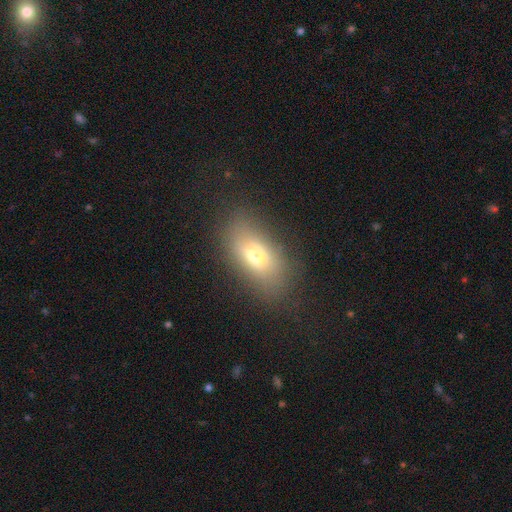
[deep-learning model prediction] A smooth galaxy with no disk features (65%) that is in between round and cigar-shaped (83%). Merging: none (78%).